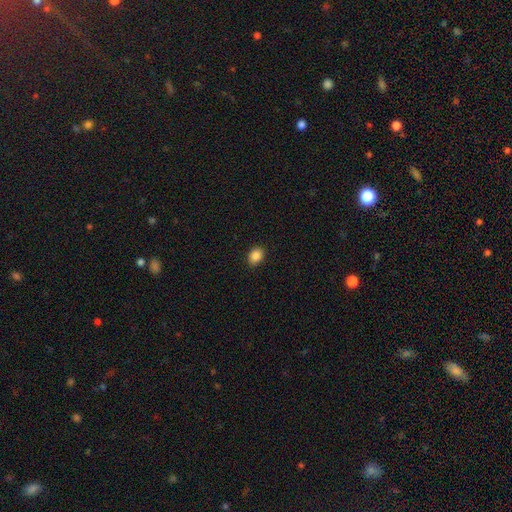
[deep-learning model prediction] Smooth or featured? Predicted: smooth (p=0.87). How rounded? Predicted: in between (p=0.61). Merging? Predicted: none (p=0.89).